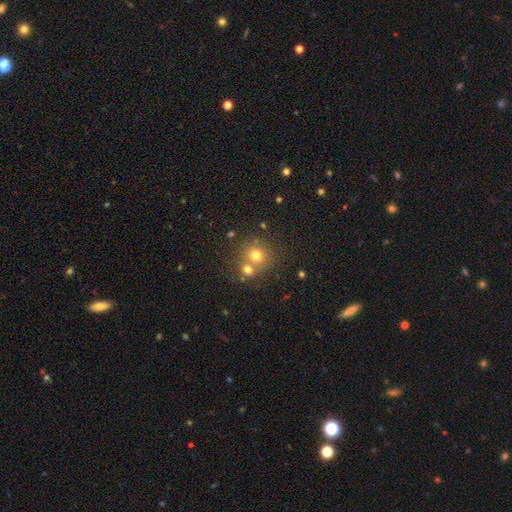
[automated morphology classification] Overall: smooth (71%). How rounded: round (87%). Merging: none (53%; merger 37%).